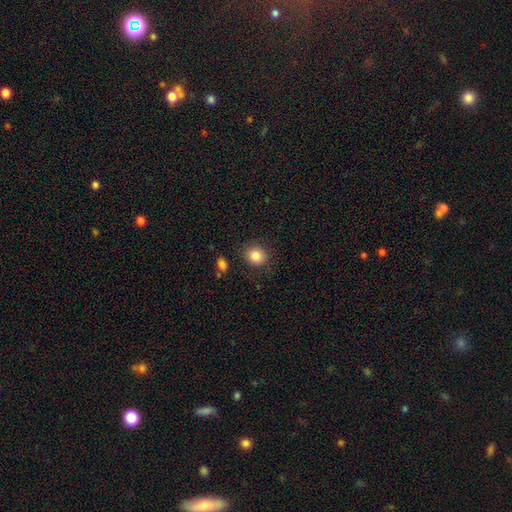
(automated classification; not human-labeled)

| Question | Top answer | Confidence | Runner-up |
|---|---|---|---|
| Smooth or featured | smooth | 85% | star or artifact (9%) |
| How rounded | round | 80% | in between (19%) |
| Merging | none | 85% | minor disturbance (10%) |